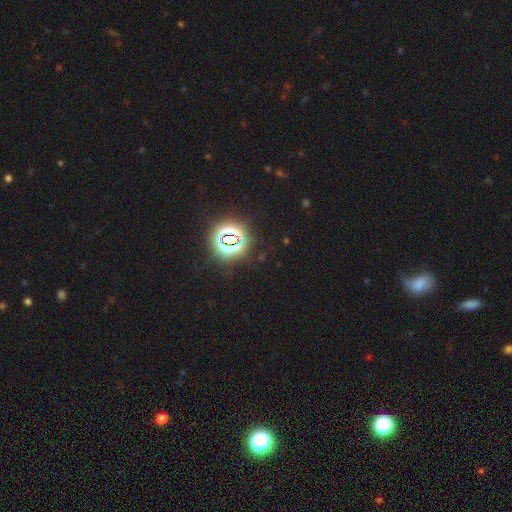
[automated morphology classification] smooth_or_featured: star or artifact (p=0.82) [alt: smooth p=0.12]